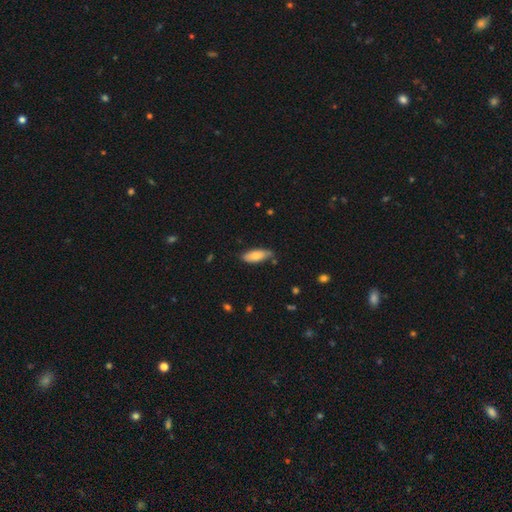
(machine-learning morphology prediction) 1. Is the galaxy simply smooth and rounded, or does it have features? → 80% smooth, 13% featured or disk, 6% star or artifact.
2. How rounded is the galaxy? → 75% in between, 23% cigar-shaped, 2% round.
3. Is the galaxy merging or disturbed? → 73% none, 20% minor disturbance, 3% major disturbance, 3% merger.